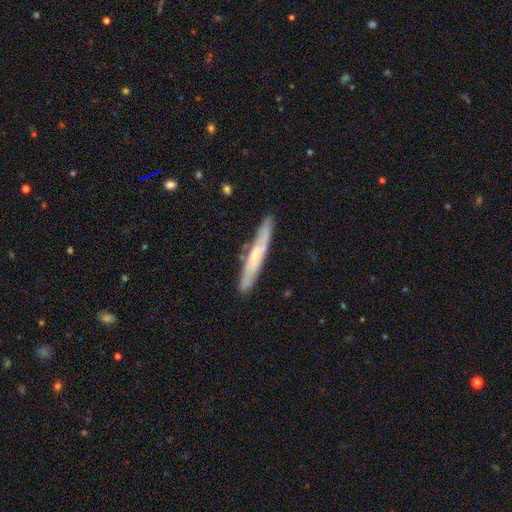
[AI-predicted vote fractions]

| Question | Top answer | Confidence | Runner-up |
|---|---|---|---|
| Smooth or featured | featured or disk | 48% | smooth (47%) |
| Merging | none | 85% | minor disturbance (11%) |